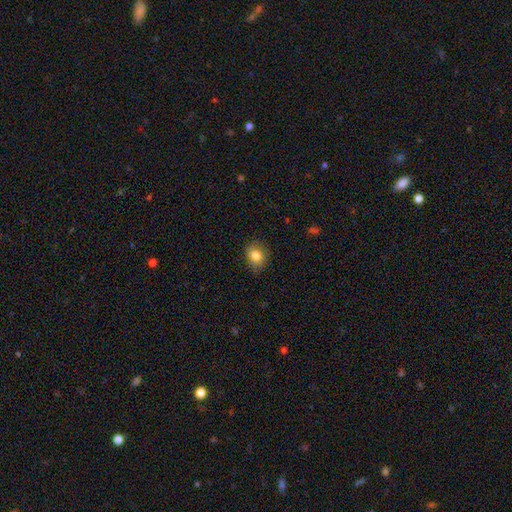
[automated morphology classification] type=smooth (82%); roundness=round (56%); merging=none (81%).